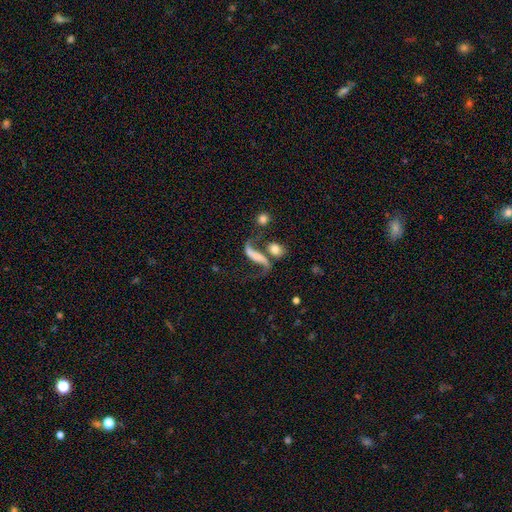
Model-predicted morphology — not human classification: type=featured or disk (78%); edge-on=no (92%); bar=no (36%); spiral arms=yes (92%); winding=loose (91%); arm count=2 (89%); bulge=small (33%, tied with none); merging=none (45%).